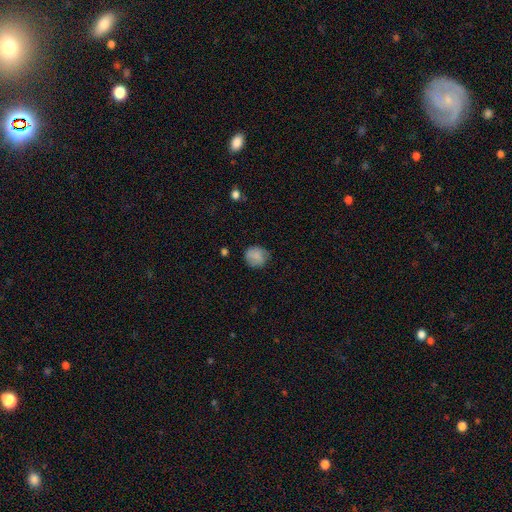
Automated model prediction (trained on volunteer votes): Overall: smooth (81%). How rounded: round (79%). Merging: none (71%).